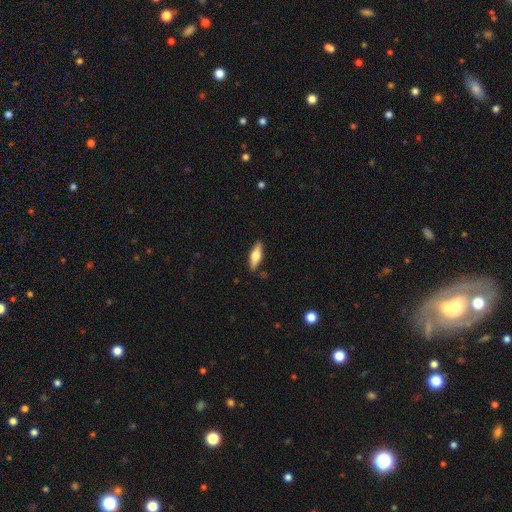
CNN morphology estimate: type=smooth (50%); merging=none (88%).